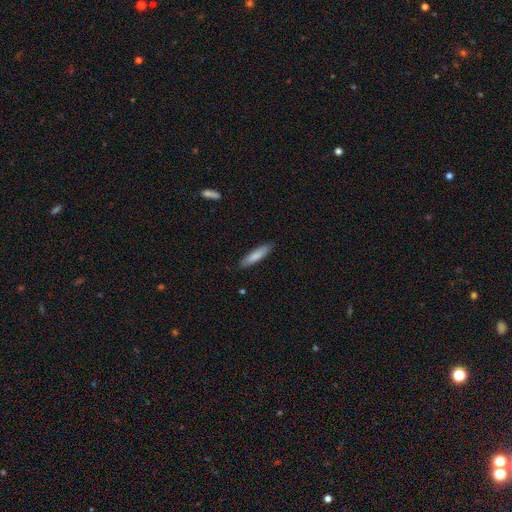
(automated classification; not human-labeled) smooth-or-featured: smooth: 82% | featured or disk: 12% | star or artifact: 5%
  how-rounded: cigar-shaped: 80% | in between: 19% | round: 1%
  merging: none: 87% | minor disturbance: 10% | major disturbance: 2% | merger: 1%